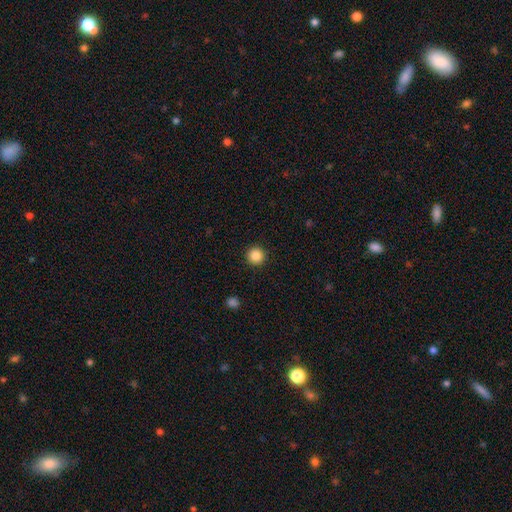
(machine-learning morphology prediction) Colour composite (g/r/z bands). It shows a smooth galaxy with no disk features (87%) that is round (96%). Merging: none (93%).